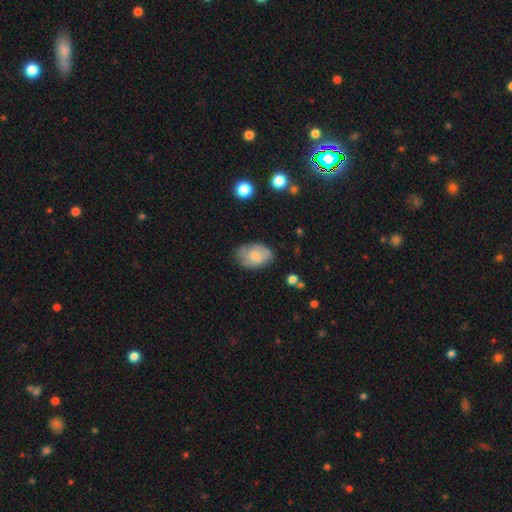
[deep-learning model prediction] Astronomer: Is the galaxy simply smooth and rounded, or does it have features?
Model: smooth — 64%.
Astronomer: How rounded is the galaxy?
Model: in between — 85%.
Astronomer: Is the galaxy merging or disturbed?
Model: none — 60%.